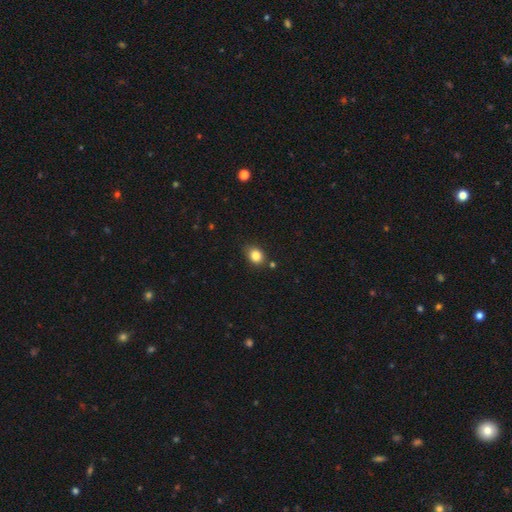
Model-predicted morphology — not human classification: The model was most divided on "how rounded": in between: 51%, round: 48%, cigar-shaped: 1%. More confident: smooth or featured — smooth (84%); merging — none (79%).